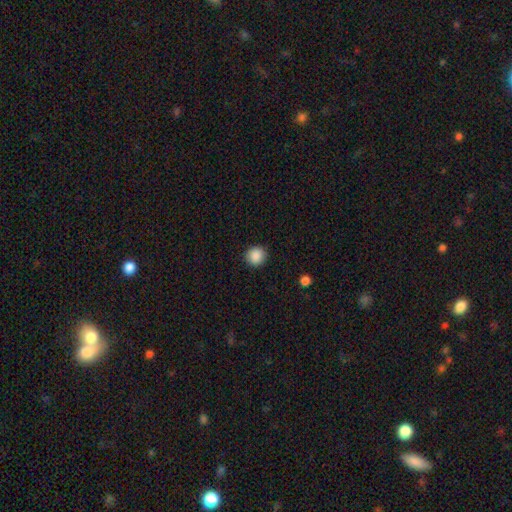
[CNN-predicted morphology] A smooth galaxy with no disk features (89%) that is round (88%).

Vote fractions:
- Smooth or featured? smooth: 89% / star or artifact: 9% / featured or disk: 3%
- How rounded? round: 88% / in between: 11% / cigar-shaped: 1%
- Merging? none: 90% / minor disturbance: 7% / major disturbance: 2% / merger: 1%